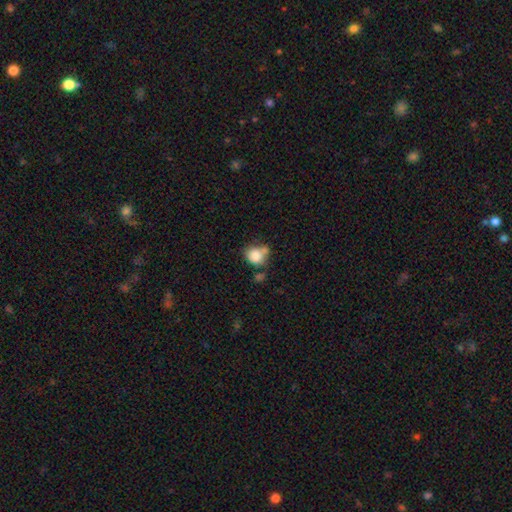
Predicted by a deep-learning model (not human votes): The model was most divided on "merging": none: 47%, merger: 26%, minor disturbance: 19%, major disturbance: 7%. More confident: smooth or featured — smooth (83%); how rounded — round (71%).